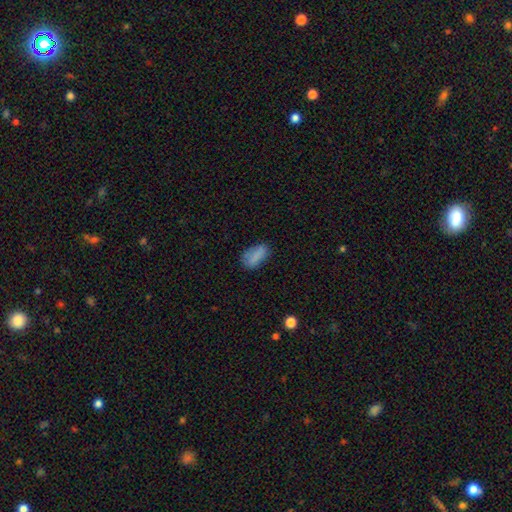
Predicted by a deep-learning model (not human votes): This appears to be a smooth galaxy with no disk features (84%) that is in between round and cigar-shaped (91%). Merging: none (69%).